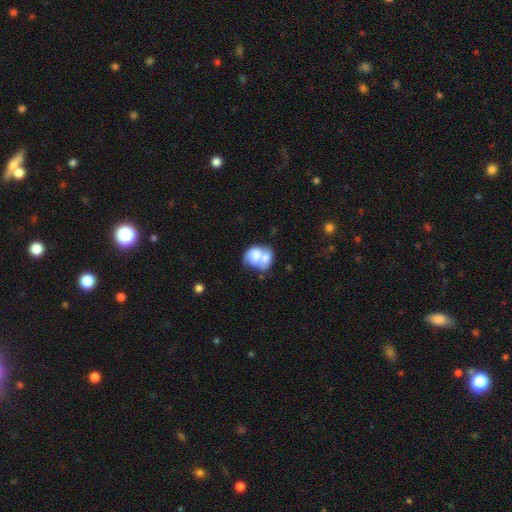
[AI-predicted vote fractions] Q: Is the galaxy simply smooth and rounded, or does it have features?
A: smooth — 65%.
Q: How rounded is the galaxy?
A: in between — 56%.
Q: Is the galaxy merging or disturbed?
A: merger — 70%.